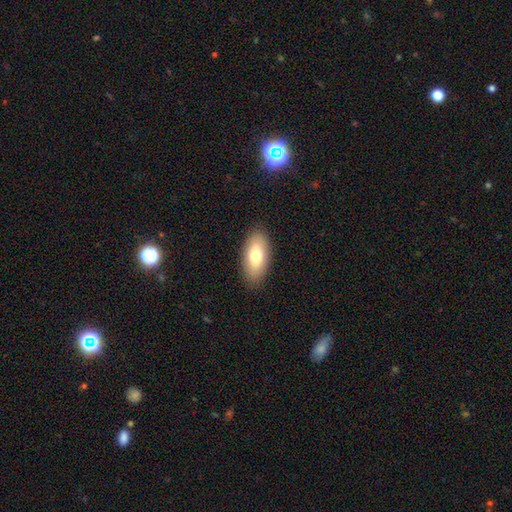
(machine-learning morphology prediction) smooth-or-featured: smooth: 75% | featured or disk: 19% | star or artifact: 7%
  how-rounded: in between: 90% | cigar-shaped: 7% | round: 3%
  merging: none: 88% | minor disturbance: 9% | major disturbance: 2% | merger: 1%